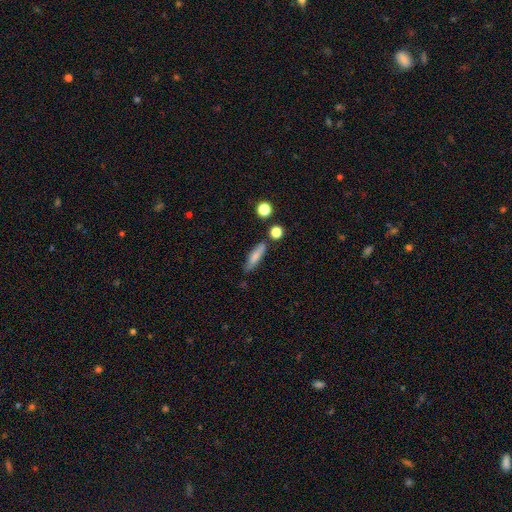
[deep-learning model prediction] smooth 75%, featured or disk 18%, star or artifact 8%. Down the decision tree: how rounded — cigar-shaped (70%); merging — none (74%).